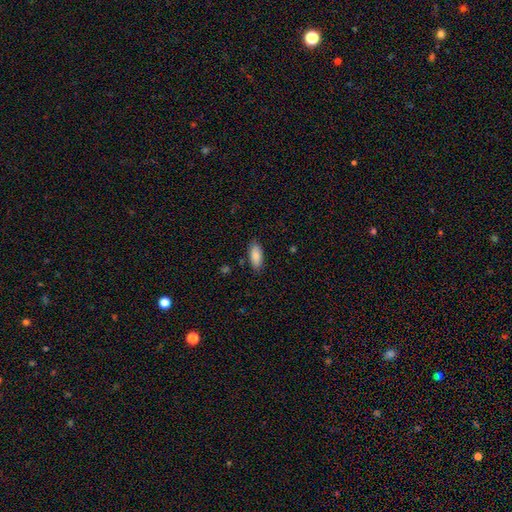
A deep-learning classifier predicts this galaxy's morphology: Q: Smooth or featured?
A: smooth (88%); runner-up: star or artifact (6%)
Q: How rounded?
A: in between (83%); runner-up: cigar-shaped (15%)
Q: Merging?
A: none (86%); runner-up: minor disturbance (11%)